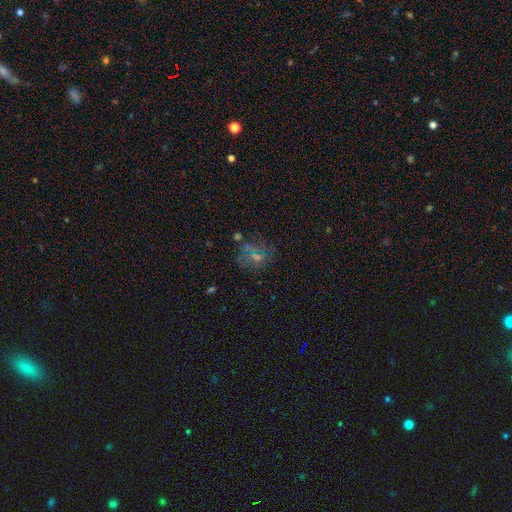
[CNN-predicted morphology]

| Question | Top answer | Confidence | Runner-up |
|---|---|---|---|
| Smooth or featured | smooth | 40% | star or artifact (31%) |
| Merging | none | 57% | major disturbance (18%) |